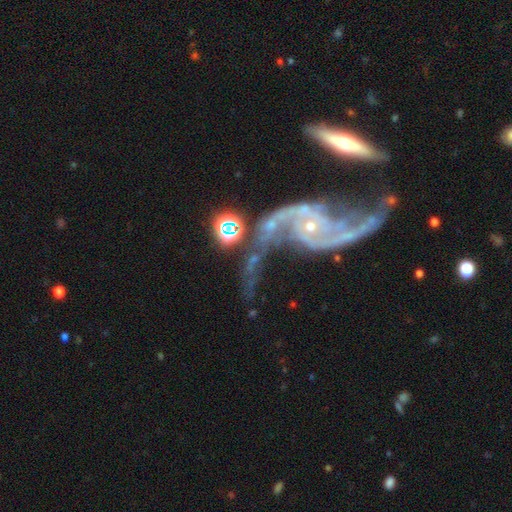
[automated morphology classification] A featured or disk galaxy (89%) with no bar (56%), 2 (87%) loose (50%) spiral arms (97%) and a small central bulge (81%). Merging: none (41%).